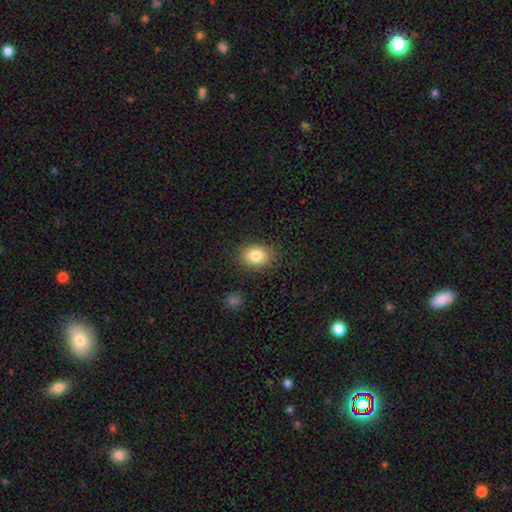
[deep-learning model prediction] Smooth or featured?
  - smooth: 83% *
  - star or artifact: 9%
  - featured or disk: 8%
How rounded?
  - in between: 65% *
  - round: 34%
  - cigar-shaped: 1%
Merging?
  - none: 85% *
  - minor disturbance: 10%
  - major disturbance: 3%
  - merger: 2%